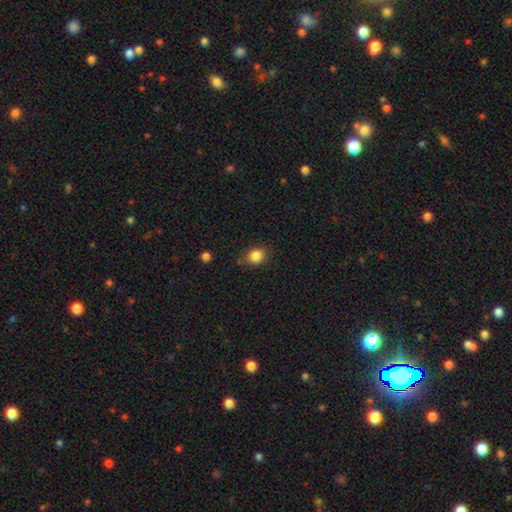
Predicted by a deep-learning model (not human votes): This appears to be a smooth galaxy with no disk features (85%) that is round (62%). Merging: none (75%).